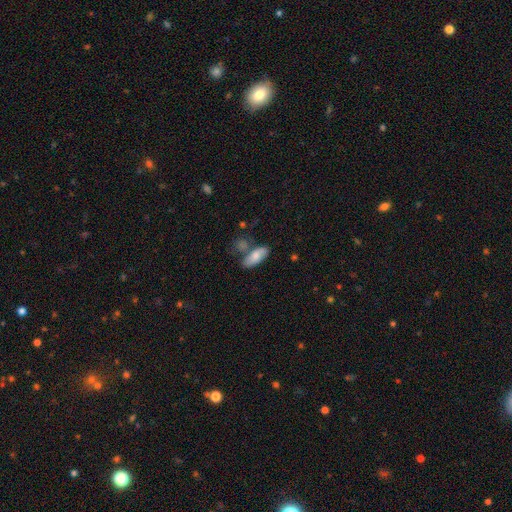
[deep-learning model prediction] Smooth or featured? Predicted: smooth (p=0.76). How rounded? Predicted: in between (p=0.80). Merging? Predicted: none (p=0.57).